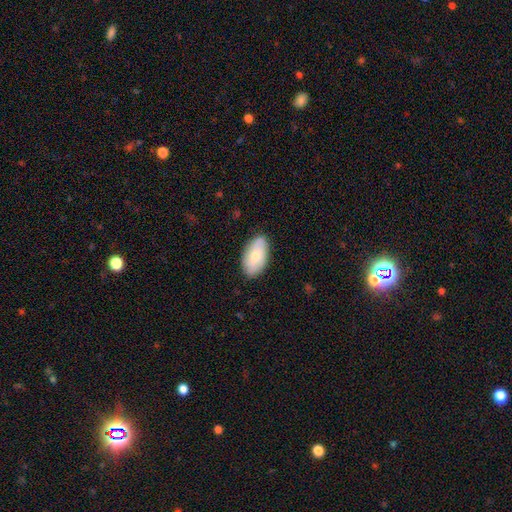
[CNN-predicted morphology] smooth_or_featured: smooth (p=0.67) [alt: featured or disk p=0.27]
how_rounded: in between (p=0.94) [alt: round p=0.04]
merging: none (p=0.82) [alt: minor disturbance p=0.14]